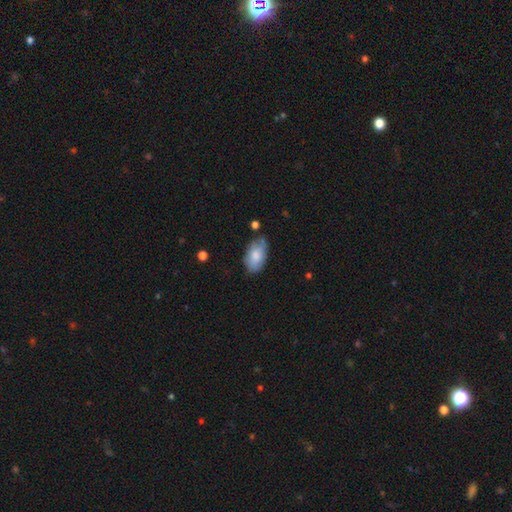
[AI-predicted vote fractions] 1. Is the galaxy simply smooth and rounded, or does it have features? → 79% smooth, 15% featured or disk, 6% star or artifact.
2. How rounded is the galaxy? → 94% in between, 5% round, 2% cigar-shaped.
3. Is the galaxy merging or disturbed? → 66% none, 25% minor disturbance, 5% major disturbance, 3% merger.